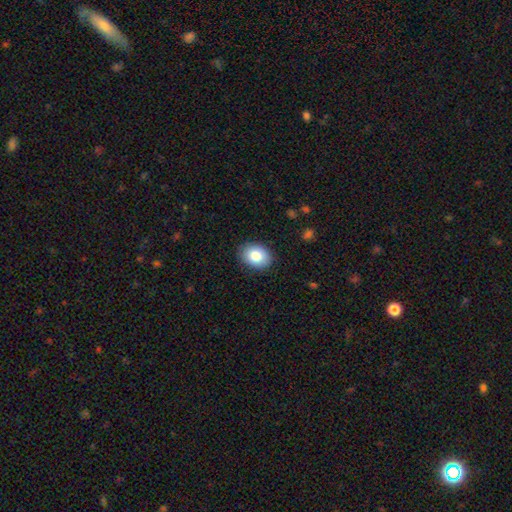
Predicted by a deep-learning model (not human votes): smooth-or-featured: smooth: 84% | featured or disk: 8% | star or artifact: 7%
  how-rounded: in between: 67% | round: 32% | cigar-shaped: 1%
  merging: none: 87% | minor disturbance: 9% | major disturbance: 2% | merger: 1%